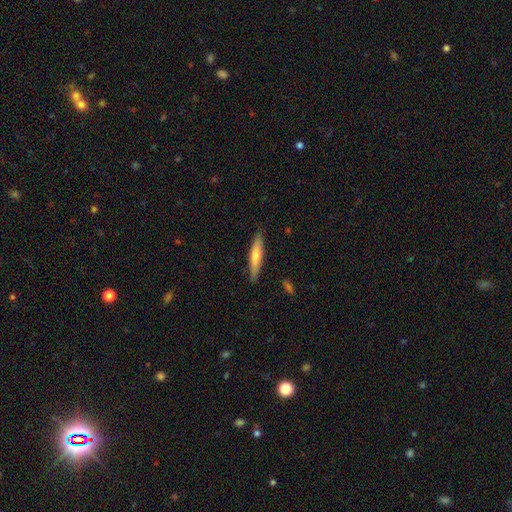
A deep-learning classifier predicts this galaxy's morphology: smooth-or-featured: smooth: 48% | featured or disk: 46% | star or artifact: 6%
  merging: none: 89% | minor disturbance: 8% | major disturbance: 2% | merger: 1%